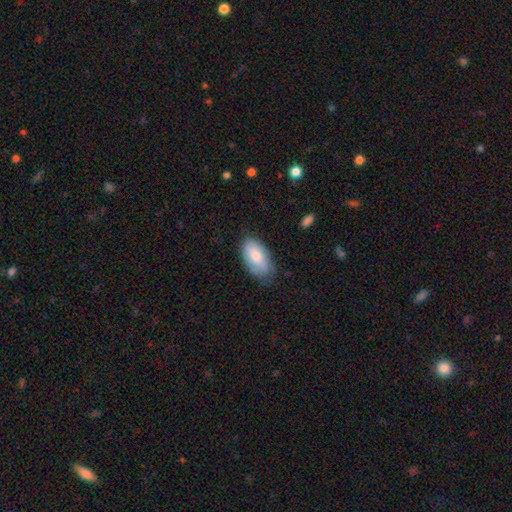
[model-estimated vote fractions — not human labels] This appears to be a smooth galaxy with no disk features (77%) that is in between round and cigar-shaped (95%). Merging: none (69%).